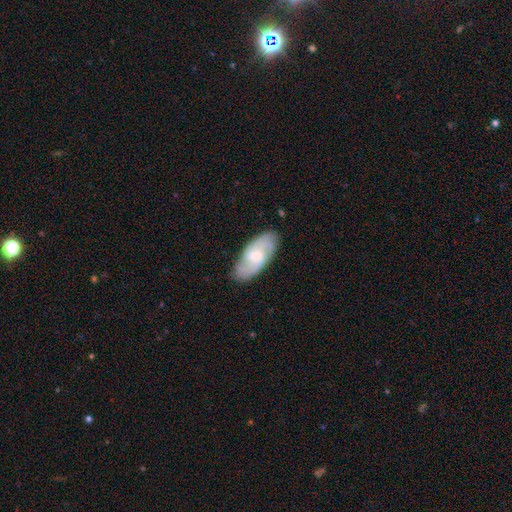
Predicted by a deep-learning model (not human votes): A featured or disk galaxy (64%) with no bar (49%), 2 (55%) medium (46%) spiral arms (91%) and a small central bulge (59%). Merging: none (81%).